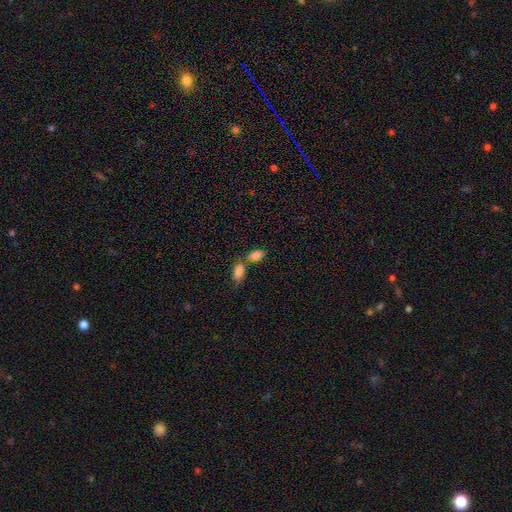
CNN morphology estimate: This is clearly a smooth galaxy (85%). How rounded: clearly in between (91%). Merging: possibly none (45%).